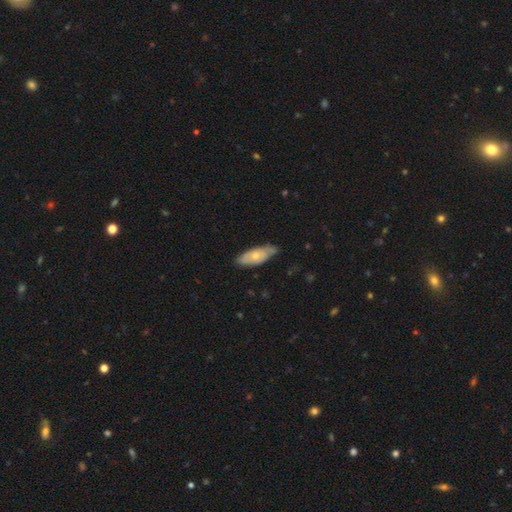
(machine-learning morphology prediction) smooth_or_featured: smooth (p=0.57) [alt: featured or disk p=0.37]
how_rounded: in between (p=0.75) [alt: cigar-shaped p=0.22]
merging: none (p=0.67) [alt: minor disturbance p=0.27]